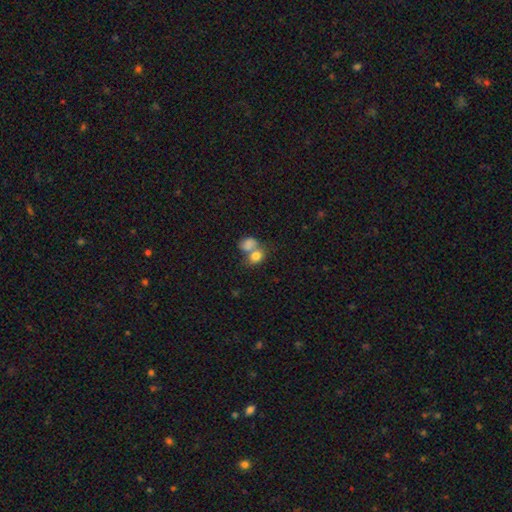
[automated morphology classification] Q: Smooth or featured?
A: smooth (79%); runner-up: featured or disk (11%)
Q: How rounded?
A: round (51%); runner-up: in between (48%)
Q: Merging?
A: merger (60%); runner-up: none (27%)